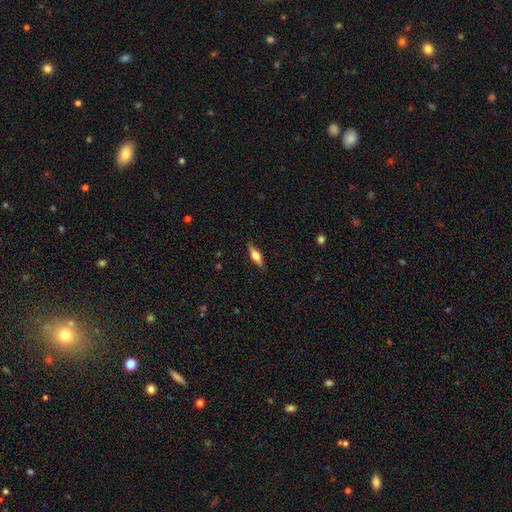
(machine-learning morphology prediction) Q: Smooth or featured?
A: featured or disk (47%); tied with: smooth (47%)
Q: Merging?
A: none (87%); runner-up: minor disturbance (10%)